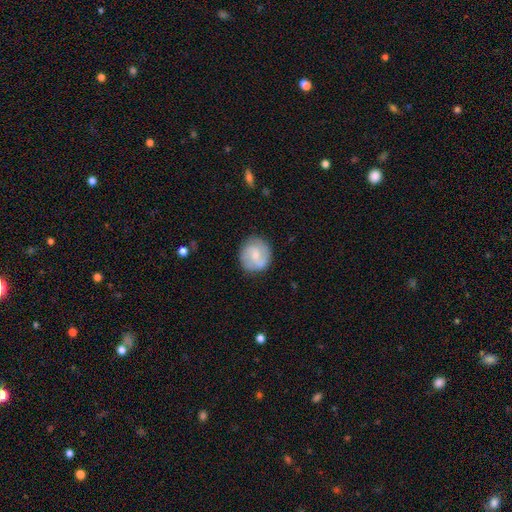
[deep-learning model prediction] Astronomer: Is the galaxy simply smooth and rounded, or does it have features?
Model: smooth — 49% (runner-up: featured or disk, 44%).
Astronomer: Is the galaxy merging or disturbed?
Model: none — 81%.